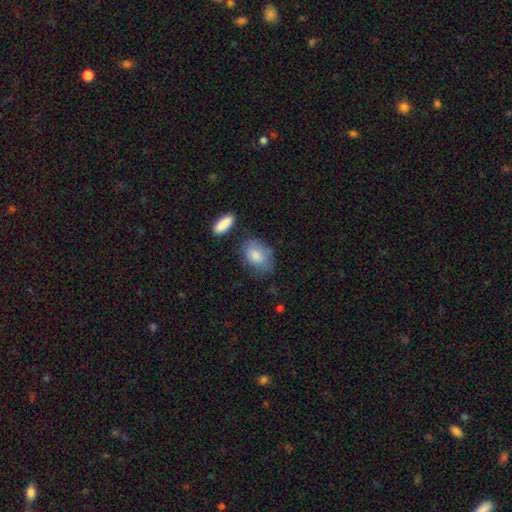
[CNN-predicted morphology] type=smooth (80%); roundness=in between (84%); merging=none (65%).